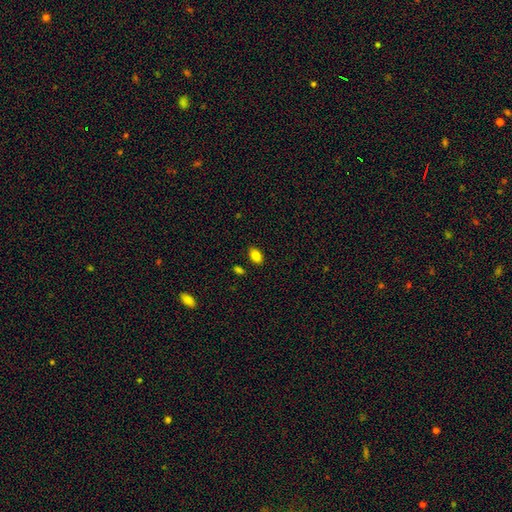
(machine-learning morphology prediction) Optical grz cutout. It shows a smooth galaxy with no disk features (85%) that is in between round and cigar-shaped (88%). Merging: none (85%).